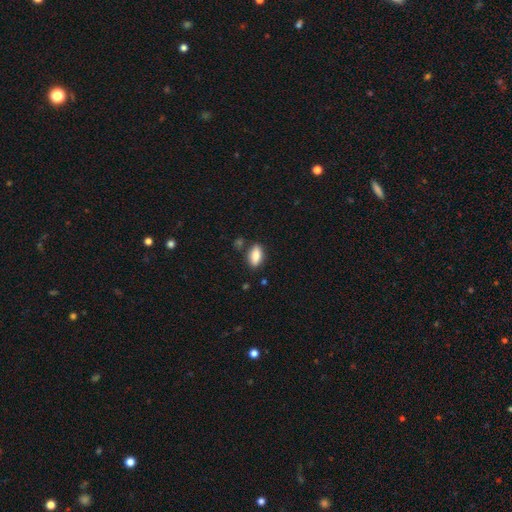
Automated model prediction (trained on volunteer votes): Smooth or featured?
  - smooth: 84% *
  - featured or disk: 9%
  - star or artifact: 7%
How rounded?
  - in between: 87% *
  - cigar-shaped: 9%
  - round: 4%
Merging?
  - none: 81% *
  - minor disturbance: 13%
  - merger: 4%
  - major disturbance: 3%